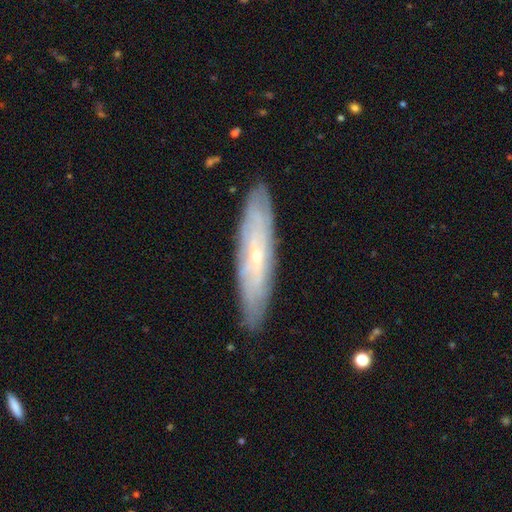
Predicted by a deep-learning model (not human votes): Q: Smooth or featured?
A: featured or disk (66%); runner-up: smooth (27%)
Q: Edge-on disk?
A: no (56%); runner-up: yes (44%)
Q: Merging?
A: none (86%); runner-up: minor disturbance (10%)